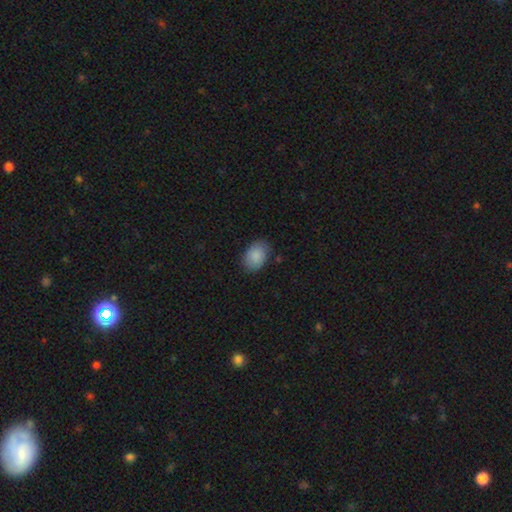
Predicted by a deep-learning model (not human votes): A smooth galaxy with no disk features (88%) that is in between round and cigar-shaped (82%).

Vote fractions:
- Smooth or featured? smooth: 88% / star or artifact: 7% / featured or disk: 5%
- How rounded? in between: 82% / round: 17% / cigar-shaped: 1%
- Merging? none: 82% / minor disturbance: 14% / major disturbance: 3% / merger: 1%